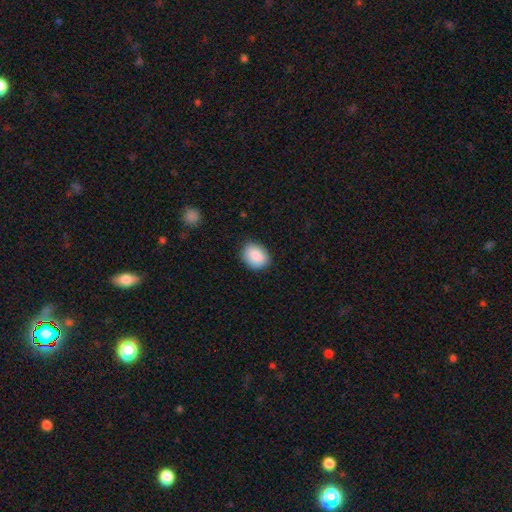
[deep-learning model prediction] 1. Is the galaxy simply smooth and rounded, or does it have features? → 89% smooth, 7% star or artifact, 4% featured or disk.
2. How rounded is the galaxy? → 61% in between, 38% round, 1% cigar-shaped.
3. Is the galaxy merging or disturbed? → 84% none, 13% minor disturbance, 3% major disturbance, 1% merger.